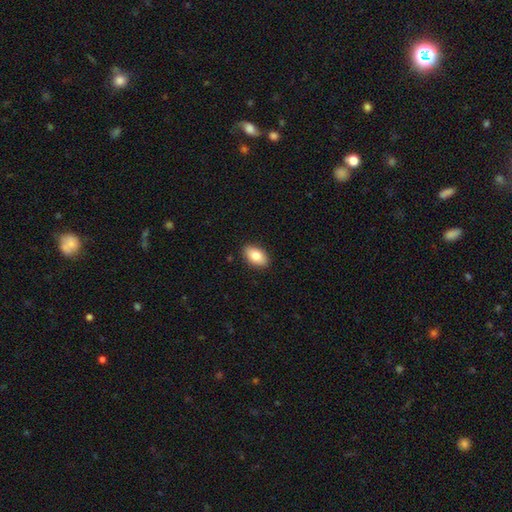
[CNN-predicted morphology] A smooth galaxy with no disk features (83%) that is in between round and cigar-shaped (92%).

Vote fractions:
- Smooth or featured? smooth: 83% / featured or disk: 10% / star or artifact: 7%
- How rounded? in between: 92% / round: 6% / cigar-shaped: 2%
- Merging? none: 89% / minor disturbance: 8% / major disturbance: 2% / merger: 1%